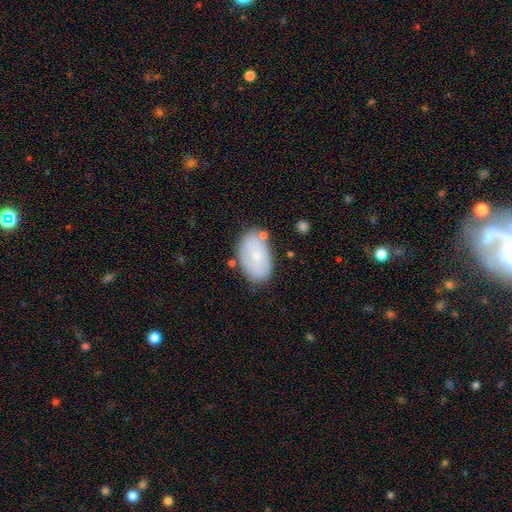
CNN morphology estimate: Q: Smooth or featured?
A: smooth (65%); runner-up: featured or disk (28%)
Q: How rounded?
A: in between (92%); runner-up: round (7%)
Q: Merging?
A: none (73%); runner-up: minor disturbance (18%)